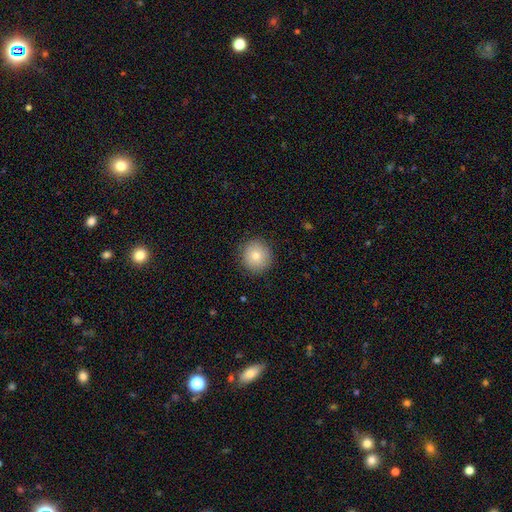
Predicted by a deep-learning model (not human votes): smooth 78%, featured or disk 12%, star or artifact 10%. Down the decision tree: how rounded — round (94%); merging — none (90%).